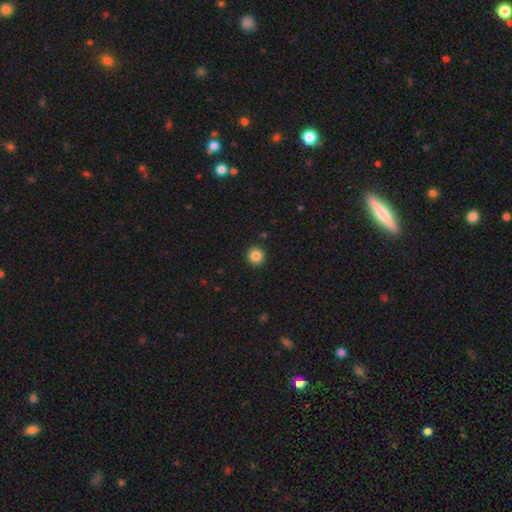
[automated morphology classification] Smooth or featured? smooth (86%)
How rounded? round (95%)
Merging? none (93%)